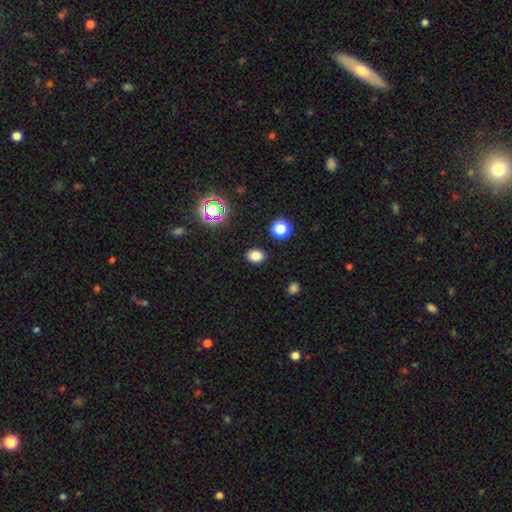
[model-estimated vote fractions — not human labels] This is clearly a smooth galaxy (80%). How rounded: possibly in between (59%). Merging: clearly none (88%).